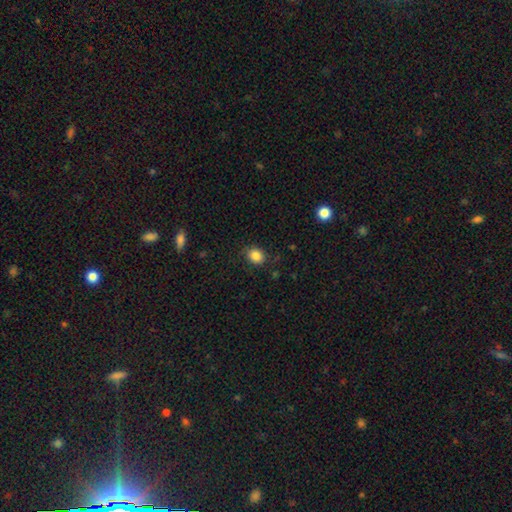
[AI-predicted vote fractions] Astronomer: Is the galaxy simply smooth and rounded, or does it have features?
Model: smooth — 85%.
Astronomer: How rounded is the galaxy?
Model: round — 63%.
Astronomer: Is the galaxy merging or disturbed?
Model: none — 82%.